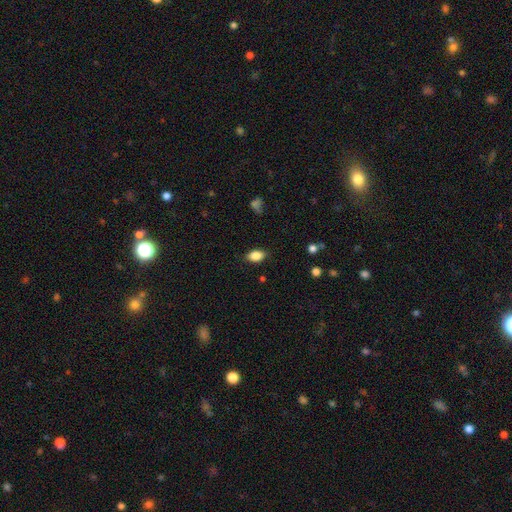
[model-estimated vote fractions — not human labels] A smooth galaxy with no disk features (85%) that is in between round and cigar-shaped (88%).

Vote fractions:
- Smooth or featured? smooth: 85% / star or artifact: 8% / featured or disk: 7%
- How rounded? in between: 88% / round: 9% / cigar-shaped: 3%
- Merging? none: 84% / minor disturbance: 12% / major disturbance: 3% / merger: 1%